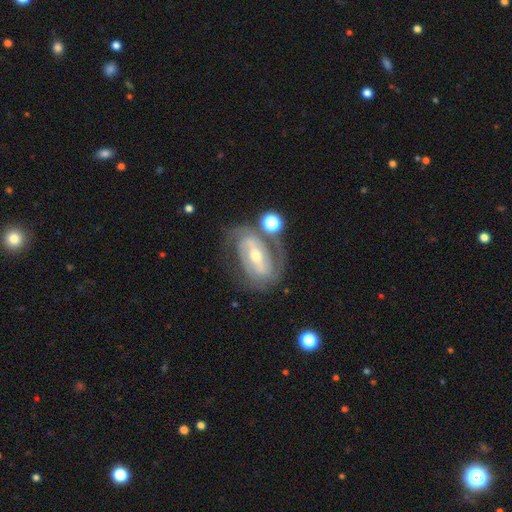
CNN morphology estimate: A featured or disk galaxy (86%) with a strong bar (57%), 2 (73%) tight (49%) spiral arms (91%) and a moderate central bulge (55%).

Vote fractions:
- Smooth or featured? featured or disk: 86% / smooth: 9% / star or artifact: 6%
- Edge-on disk? no: 95% / yes: 5%
- Bar? strong: 57% / weak: 29% / no: 14%
- Spiral arms? yes: 91% / no: 9%
- Spiral winding? tight: 49% / medium: 38% / loose: 12%
- Spiral arm count? 2: 73% / can't tell: 13% / 3: 6% / 1: 4% / 4: 2% / more than 4: 2%
- Bulge size? moderate: 55% / small: 40% / large: 3% / none: 1% / dominant: 1%
- Merging? none: 65% / minor disturbance: 17% / major disturbance: 11% / merger: 8%